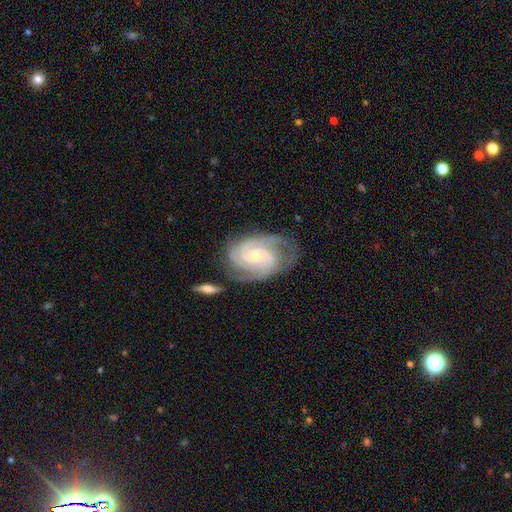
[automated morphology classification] Overall: featured or disk (88%). Edge-on disk: no (97%). Bar: no (61%; weak 31%). Spiral arms: yes (98%). Spiral arm count: 3 (35%; 2 29%). Spiral winding: tight (65%; medium 30%). Bulge size: small (69%). Merging: none (66%).